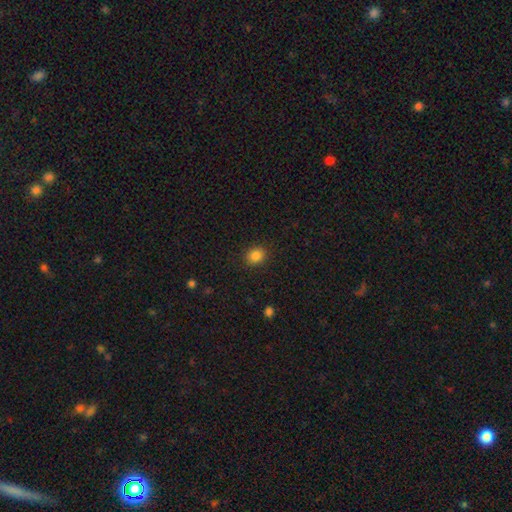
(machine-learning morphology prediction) The model was most divided on "how rounded": round: 68%, in between: 32%, cigar-shaped: 1%. More confident: merging — none (90%); smooth or featured — smooth (85%).